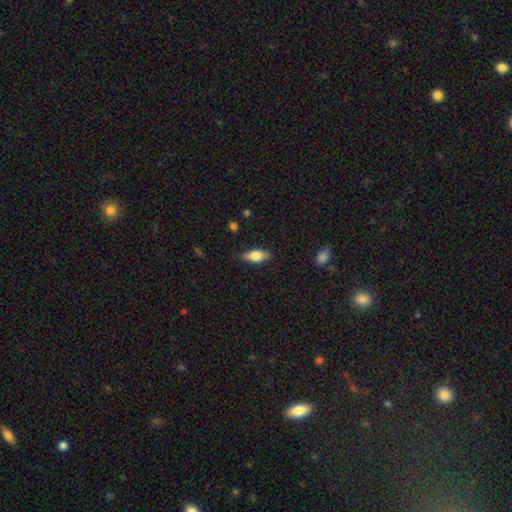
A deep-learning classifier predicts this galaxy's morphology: A smooth galaxy with no disk features (74%) that is in between round and cigar-shaped (78%). Merging: none (85%).